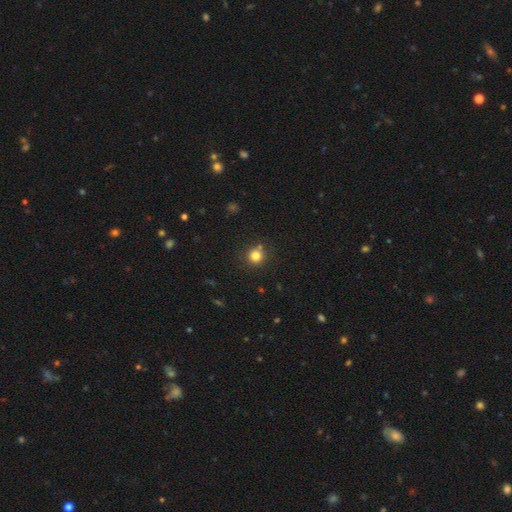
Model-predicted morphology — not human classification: Smooth or featured? Predicted: smooth (p=0.80). How rounded? Predicted: round (p=0.92). Merging? Predicted: none (p=0.80).